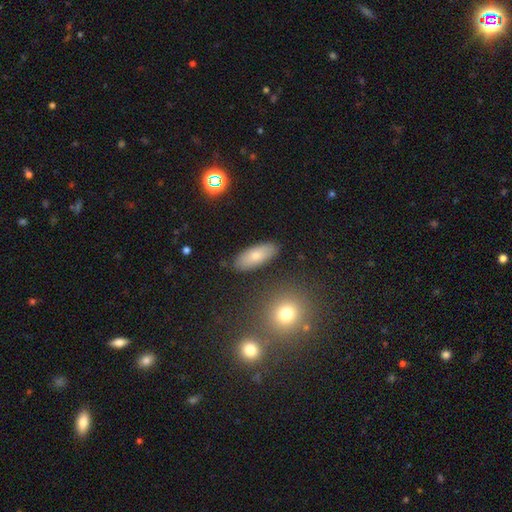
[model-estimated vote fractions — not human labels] Smooth or featured?
  - smooth: 75% *
  - featured or disk: 17%
  - star or artifact: 8%
How rounded?
  - in between: 80% *
  - cigar-shaped: 17%
  - round: 3%
Merging?
  - none: 86% *
  - minor disturbance: 10%
  - major disturbance: 2%
  - merger: 2%